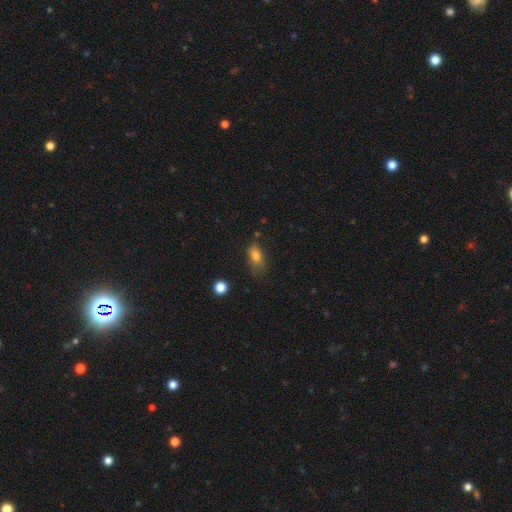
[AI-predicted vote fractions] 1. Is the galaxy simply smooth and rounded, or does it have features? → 80% smooth, 10% star or artifact, 10% featured or disk.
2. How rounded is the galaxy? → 86% in between, 10% round, 5% cigar-shaped.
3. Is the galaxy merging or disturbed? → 58% none, 29% minor disturbance, 10% major disturbance, 3% merger.